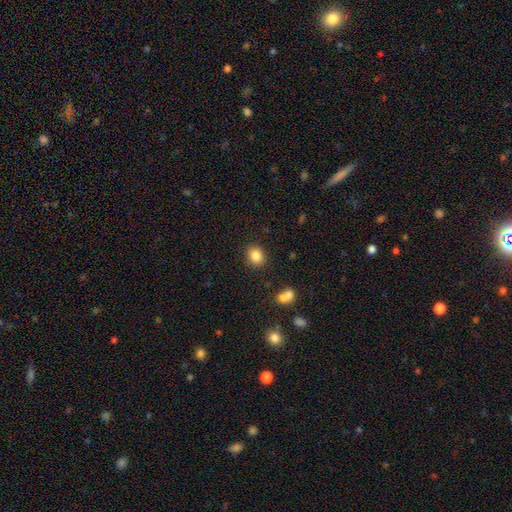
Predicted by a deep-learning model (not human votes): Smooth or featured? smooth (84%)
How rounded? round (65%)
Merging? none (87%)